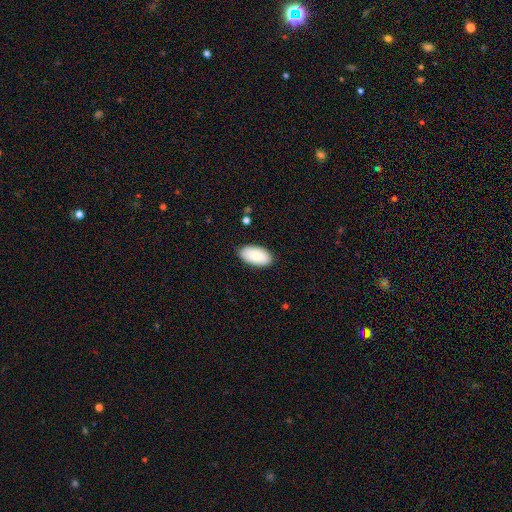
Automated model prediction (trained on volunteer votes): This appears to be a smooth galaxy with no disk features (84%) that is in between round and cigar-shaped (96%). Merging: none (88%).